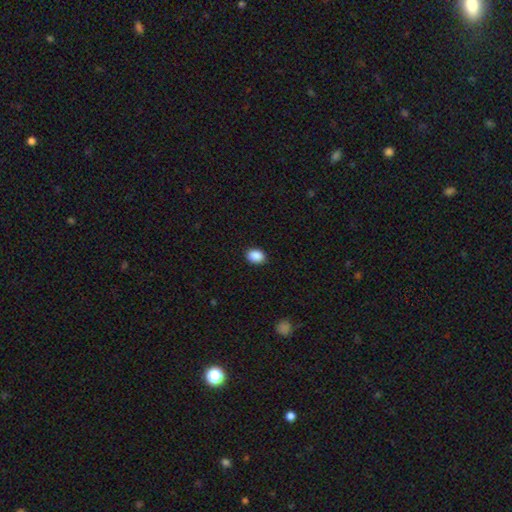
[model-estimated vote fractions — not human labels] A smooth galaxy with no disk features (89%) that is in between round and cigar-shaped (68%). Merging: none (89%).